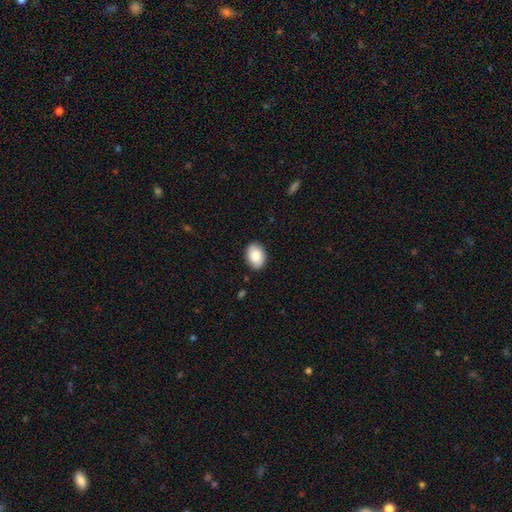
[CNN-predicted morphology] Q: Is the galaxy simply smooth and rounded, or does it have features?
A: smooth — 83%.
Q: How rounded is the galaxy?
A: in between — 77%.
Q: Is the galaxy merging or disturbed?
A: none — 88%.